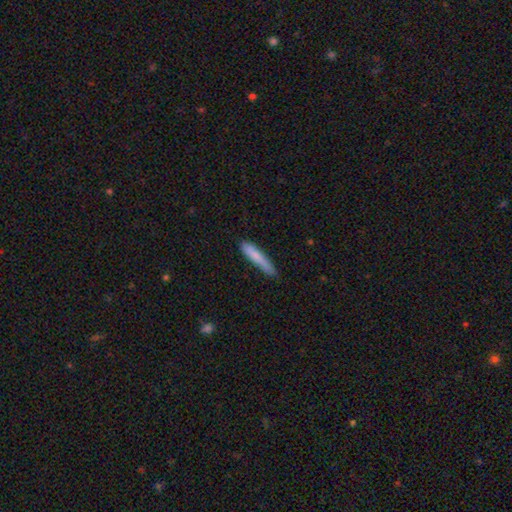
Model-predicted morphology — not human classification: Smooth or featured: smooth — 80% (featured or disk — 14%)
How rounded: cigar-shaped — 91% (in between — 8%)
Merging: none — 69% (minor disturbance — 25%)